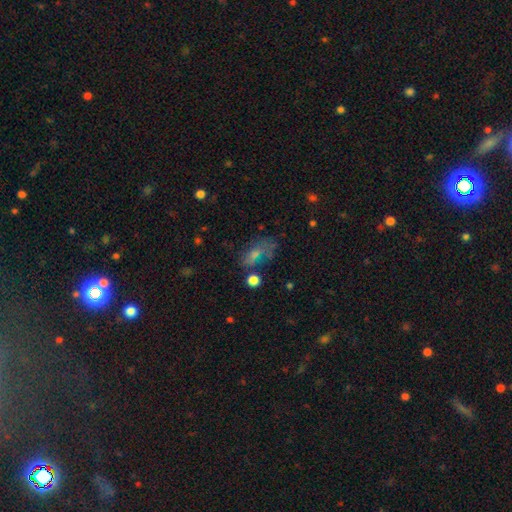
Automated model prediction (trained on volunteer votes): smooth_or_featured: smooth (p=0.58) [alt: featured or disk p=0.25]
how_rounded: in between (p=0.80) [alt: round p=0.10]
merging: none (p=0.40) [alt: major disturbance p=0.26]